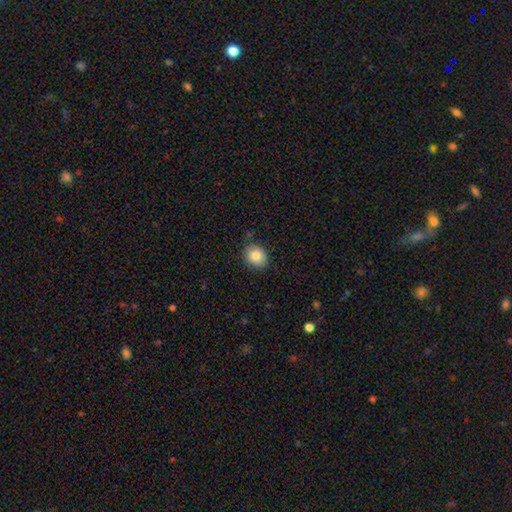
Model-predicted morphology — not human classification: smooth 85%, star or artifact 8%, featured or disk 7%. Down the decision tree: how rounded — round (61%); merging — none (83%).